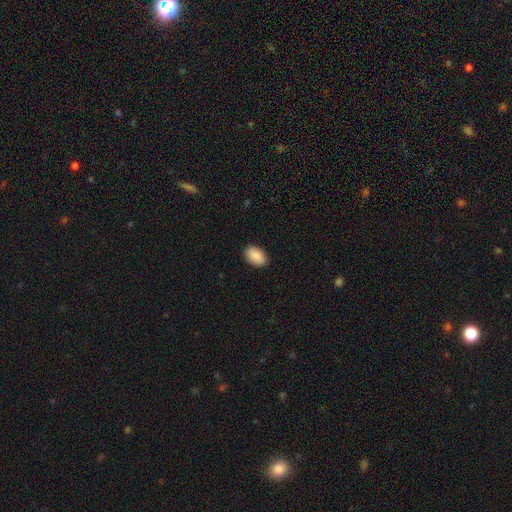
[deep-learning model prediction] Overall: smooth (91%). How rounded: in between (93%). Merging: none (89%).